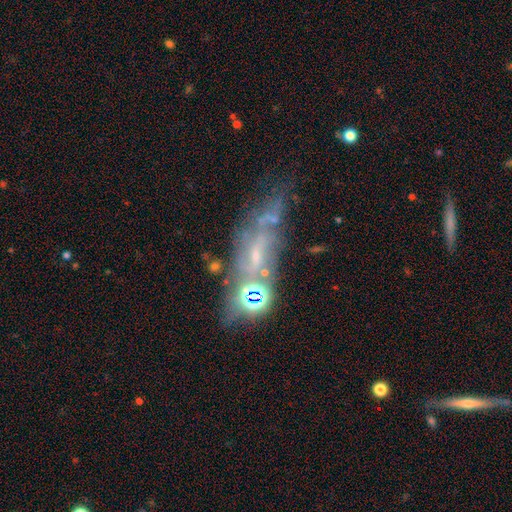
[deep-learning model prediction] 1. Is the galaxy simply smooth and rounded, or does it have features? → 56% featured or disk, 24% star or artifact, 20% smooth.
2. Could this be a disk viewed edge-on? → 86% no, 14% yes.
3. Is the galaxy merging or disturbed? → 42% none, 21% minor disturbance, 21% major disturbance, 15% merger.